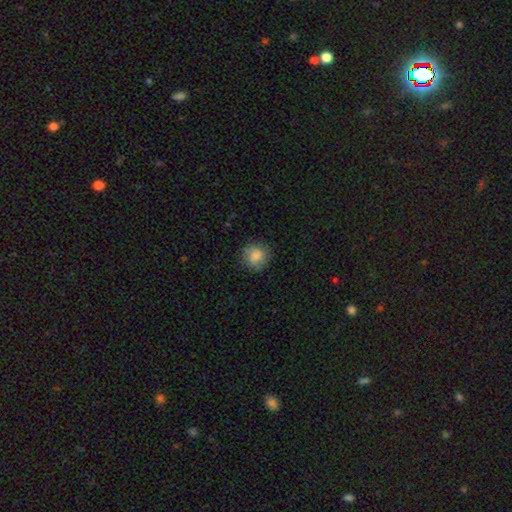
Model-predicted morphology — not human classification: The model was most divided on "merging": none: 79%, minor disturbance: 15%, major disturbance: 4%, merger: 1%. More confident: how rounded — round (87%); smooth or featured — smooth (82%).